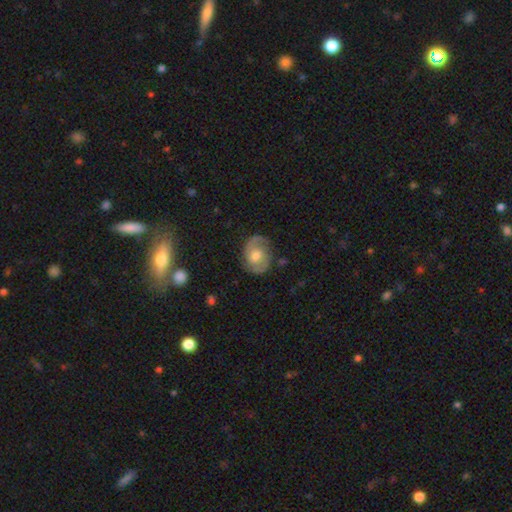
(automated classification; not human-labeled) Smooth or featured? Predicted: featured or disk (p=0.71). Edge-on disk? Predicted: no (p=0.97). Bar? Predicted: no (p=0.65). Spiral arms? Predicted: yes (p=0.89). Spiral winding? Predicted: medium (p=0.46). Spiral arm count? Predicted: 2 (p=0.82). Bulge size? Predicted: moderate (p=0.70). Merging? Predicted: none (p=0.75).